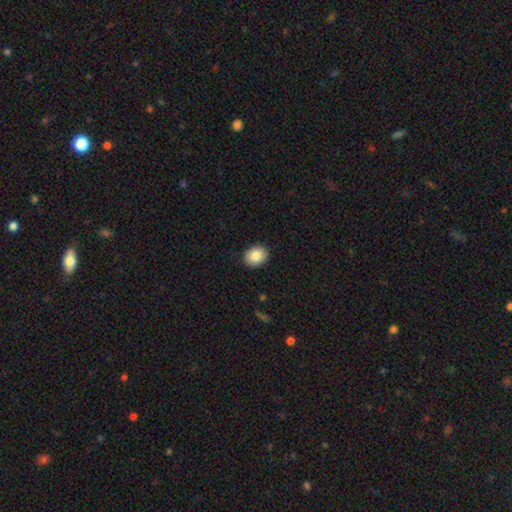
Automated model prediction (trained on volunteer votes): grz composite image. It shows a smooth galaxy with no disk features (85%) that is in between round and cigar-shaped (51%). Merging: none (90%).